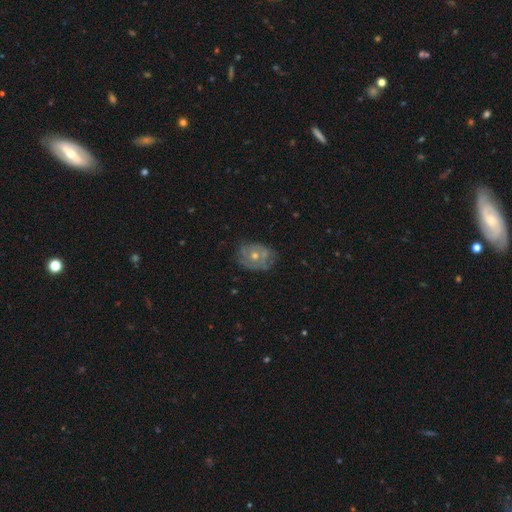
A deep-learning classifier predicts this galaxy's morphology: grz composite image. It shows a featured or disk galaxy (58%) with no bar (88%), no spiral arms (53%) and a moderate central bulge (59%). Merging: none (62%).